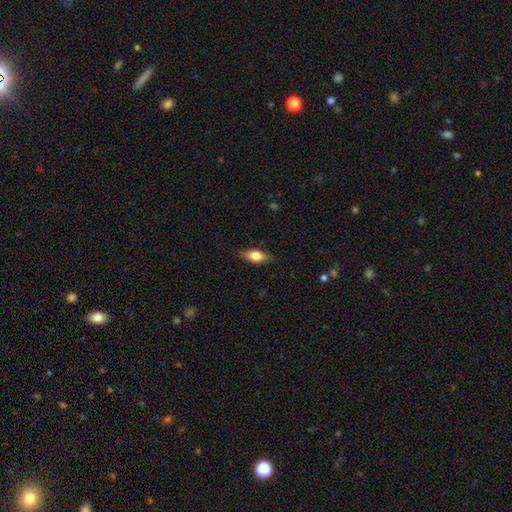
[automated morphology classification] smooth-or-featured: smooth: 73% | featured or disk: 20% | star or artifact: 7%
  how-rounded: in between: 80% | cigar-shaped: 16% | round: 5%
  merging: none: 82% | minor disturbance: 14% | major disturbance: 3% | merger: 1%